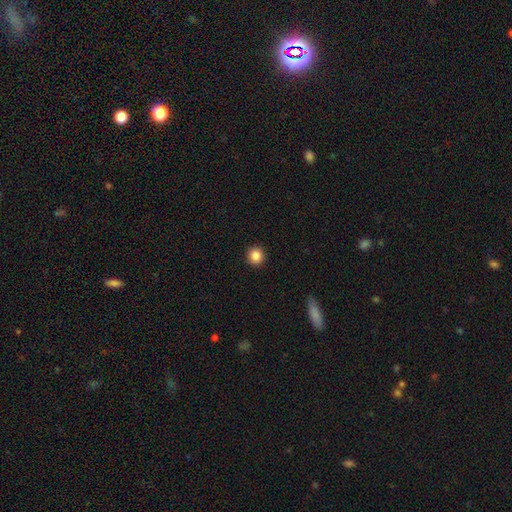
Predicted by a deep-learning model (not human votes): Smooth or featured? Predicted: smooth (p=0.85). How rounded? Predicted: round (p=0.93). Merging? Predicted: none (p=0.92).